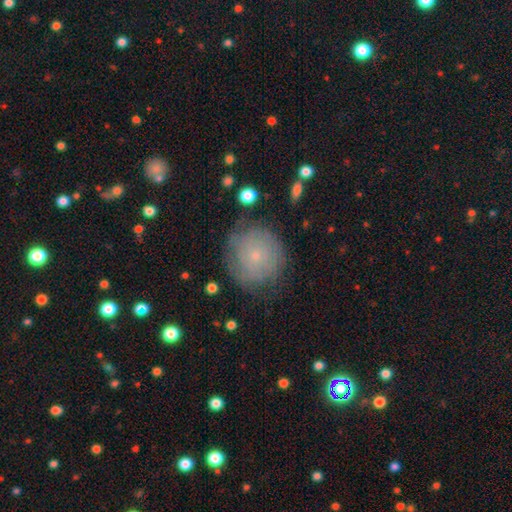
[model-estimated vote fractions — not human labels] A smooth galaxy with no disk features (48%).

Vote fractions:
- Smooth or featured? smooth: 48% / featured or disk: 41% / star or artifact: 11%
- Merging? none: 73% / minor disturbance: 18% / major disturbance: 7% / merger: 2%